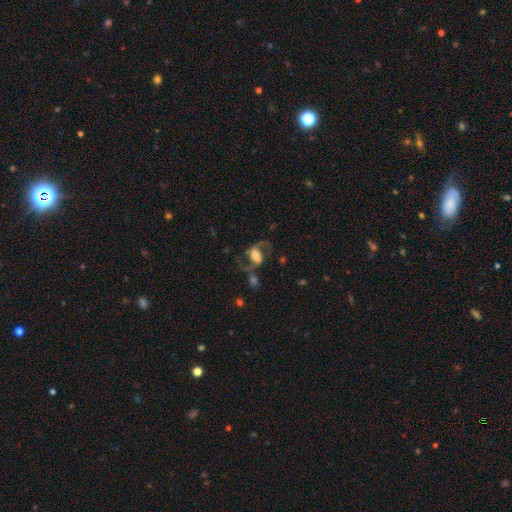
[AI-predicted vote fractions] Smooth or featured: featured or disk — 71% (smooth — 20%)
Edge-on disk: no — 96% (yes — 4%)
Bar: weak — 39% (no — 32%)
Spiral arms: yes — 88% (no — 12%)
Spiral winding: loose — 51% (medium — 40%)
Spiral arm count: 2 — 89% (1 — 5%)
Bulge size: moderate — 45% (large — 29%)
Merging: none — 53% (major disturbance — 20%)